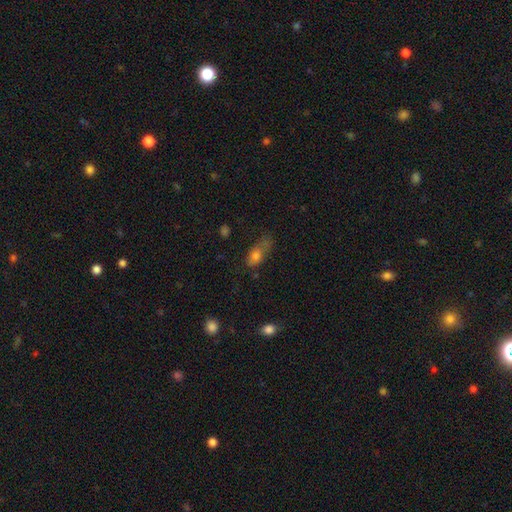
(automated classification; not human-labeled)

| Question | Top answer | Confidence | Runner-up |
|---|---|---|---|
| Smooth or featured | smooth | 72% | featured or disk (17%) |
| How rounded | in between | 72% | cigar-shaped (18%) |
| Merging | minor disturbance | 33% | tied: none (33%) |